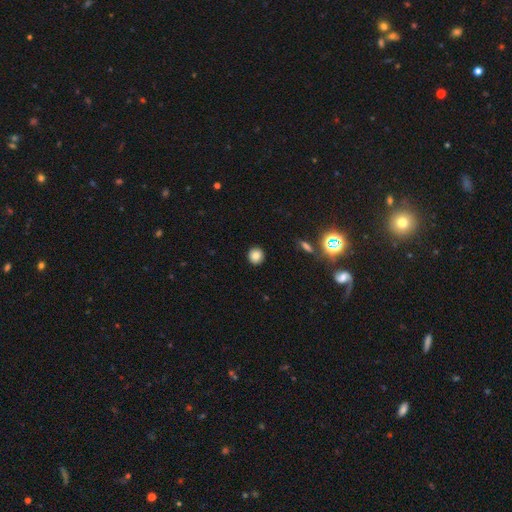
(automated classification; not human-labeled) This appears to be a smooth galaxy with no disk features (83%) that is round (90%). Merging: none (91%).